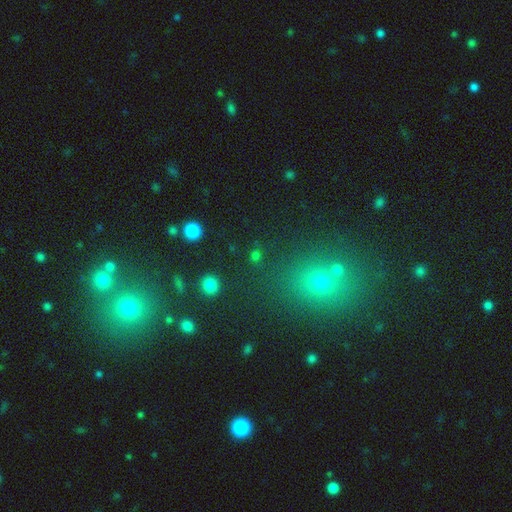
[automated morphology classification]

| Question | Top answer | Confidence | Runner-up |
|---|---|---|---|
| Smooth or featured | smooth | 71% | star or artifact (23%) |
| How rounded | round | 83% | in between (16%) |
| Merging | none | 82% | minor disturbance (8%) |